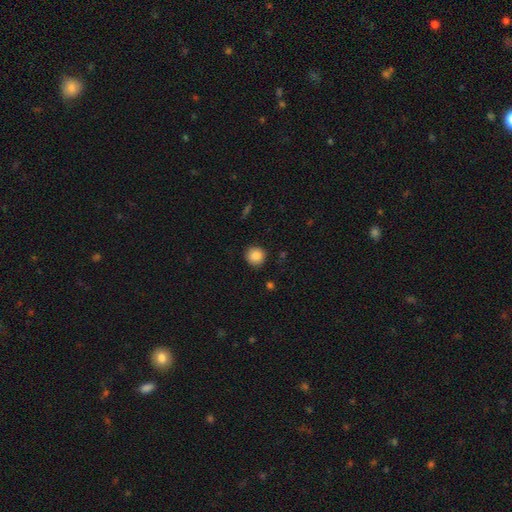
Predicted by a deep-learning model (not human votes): Overall: smooth (88%). How rounded: round (94%). Merging: none (90%).